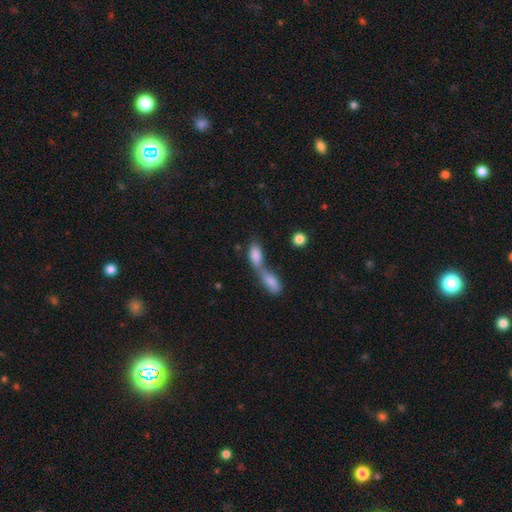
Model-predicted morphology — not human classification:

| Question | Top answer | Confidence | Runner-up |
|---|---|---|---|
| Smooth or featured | smooth | 82% | featured or disk (11%) |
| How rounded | in between | 83% | cigar-shaped (12%) |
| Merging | merger | 72% | none (18%) |